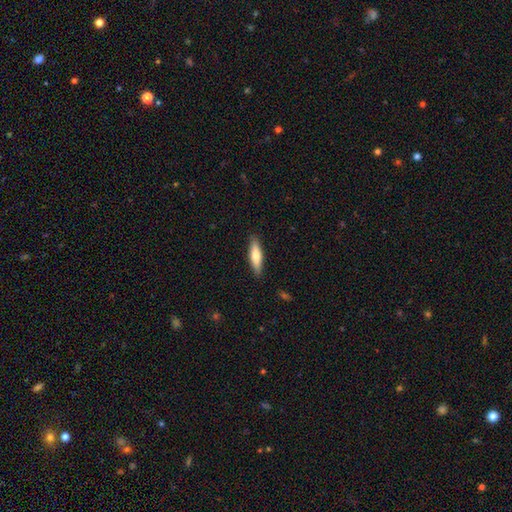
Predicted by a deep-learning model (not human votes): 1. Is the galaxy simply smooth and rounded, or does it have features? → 68% smooth, 26% featured or disk, 6% star or artifact.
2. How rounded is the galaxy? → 67% cigar-shaped, 31% in between, 2% round.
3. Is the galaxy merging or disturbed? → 89% none, 8% minor disturbance, 2% major disturbance, 1% merger.